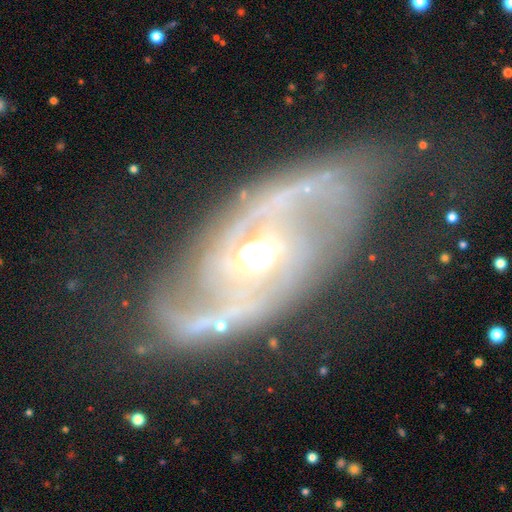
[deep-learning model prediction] This appears to be a featured or disk galaxy (90%) with no bar (42%), 2 (88%) medium (52%) spiral arms (95%) and a moderate central bulge (66%). Merging: none (71%).